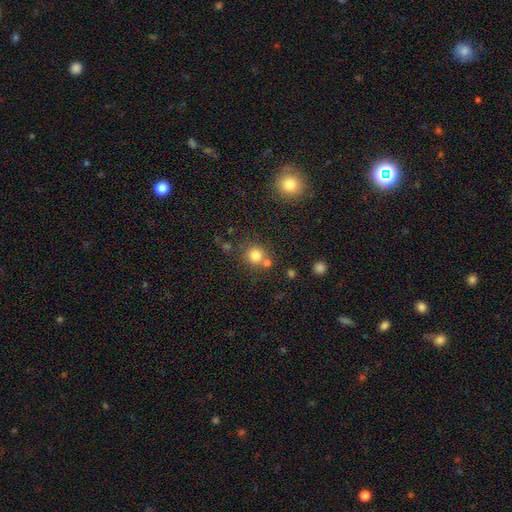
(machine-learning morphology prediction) This appears to be a smooth galaxy with no disk features (79%) that is round (90%). Merging: none (66%).